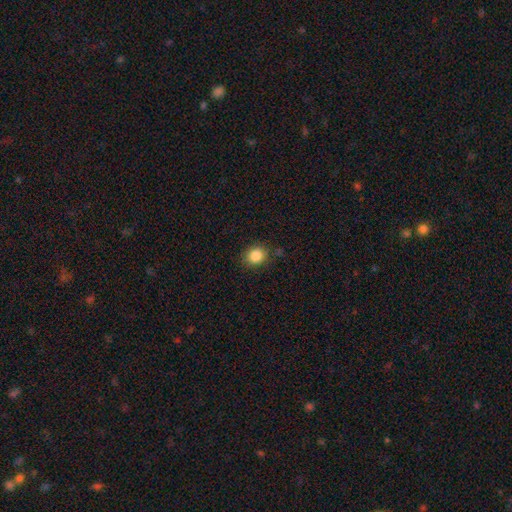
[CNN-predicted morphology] A smooth galaxy with no disk features (86%) that is round (72%).

Vote fractions:
- Smooth or featured? smooth: 86% / star or artifact: 9% / featured or disk: 4%
- How rounded? round: 72% / in between: 27% / cigar-shaped: 1%
- Merging? none: 84% / minor disturbance: 11% / major disturbance: 3% / merger: 2%